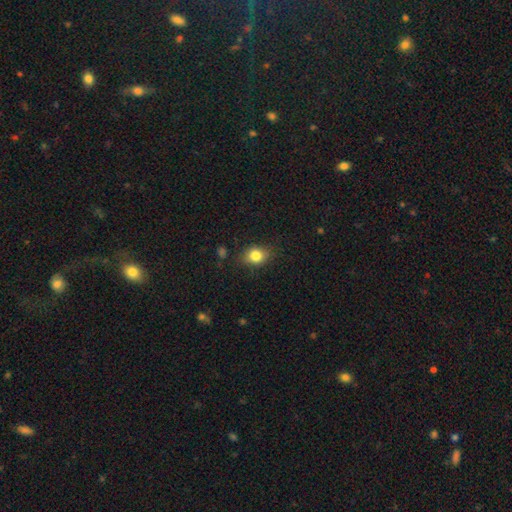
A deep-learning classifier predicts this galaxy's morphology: type=smooth (82%); roundness=in between (51%); merging=none (79%).